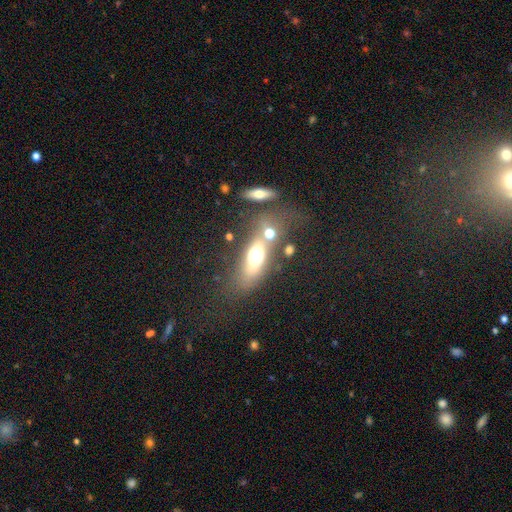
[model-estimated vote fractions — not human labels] Overall: smooth (55%; featured or disk 29%). How rounded: in between (64%). Merging: none (51%; merger 23%).